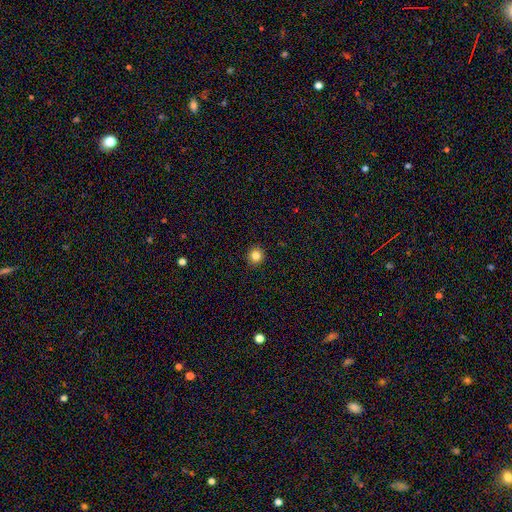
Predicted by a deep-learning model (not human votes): Q: Smooth or featured?
A: smooth (83%); runner-up: star or artifact (11%)
Q: How rounded?
A: round (93%); runner-up: in between (6%)
Q: Merging?
A: none (92%); runner-up: minor disturbance (5%)